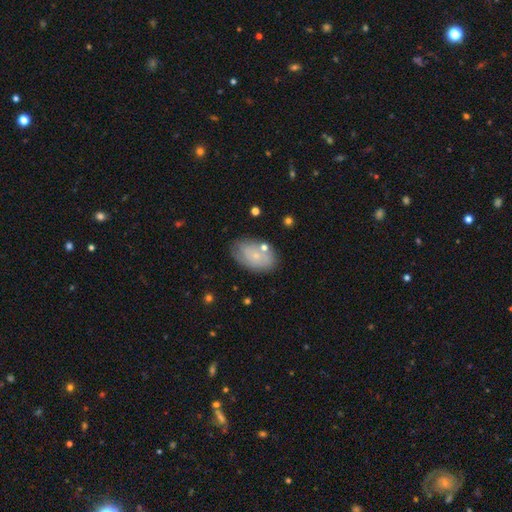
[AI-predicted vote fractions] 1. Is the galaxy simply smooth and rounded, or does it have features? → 58% smooth, 34% featured or disk, 8% star or artifact.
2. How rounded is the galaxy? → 90% in between, 9% round, 2% cigar-shaped.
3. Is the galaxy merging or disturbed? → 69% none, 19% minor disturbance, 6% merger, 5% major disturbance.